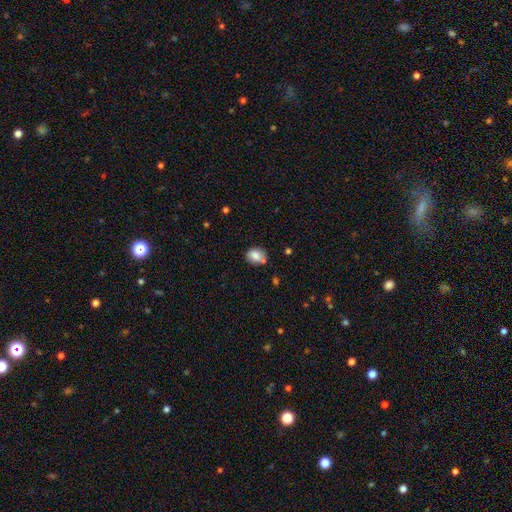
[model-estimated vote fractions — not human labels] Smooth or featured?
  - smooth: 78% *
  - featured or disk: 13%
  - star or artifact: 9%
How rounded?
  - round: 50% *
  - in between: 49%
  - cigar-shaped: 1%
Merging?
  - none: 64% *
  - minor disturbance: 22%
  - merger: 10%
  - major disturbance: 5%